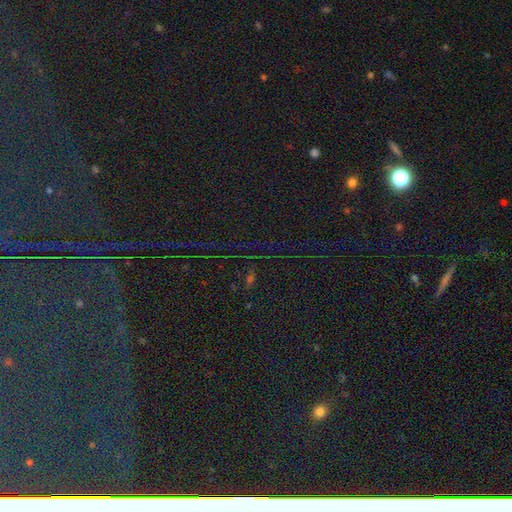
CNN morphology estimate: This is clearly a star or artifact rather than a galaxy (85%).